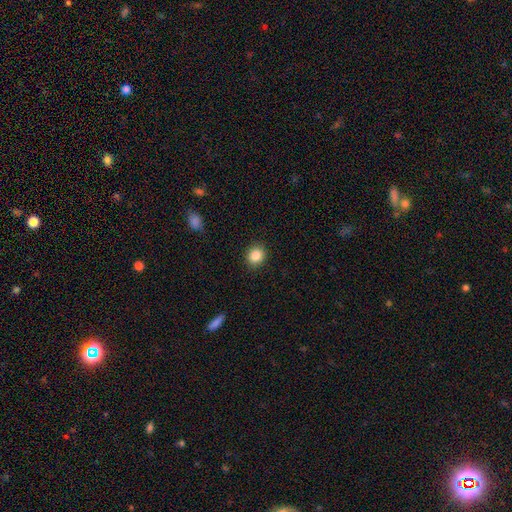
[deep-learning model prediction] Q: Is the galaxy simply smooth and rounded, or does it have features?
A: smooth — 86%.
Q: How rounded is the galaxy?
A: round — 74%.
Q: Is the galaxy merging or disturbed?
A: none — 90%.